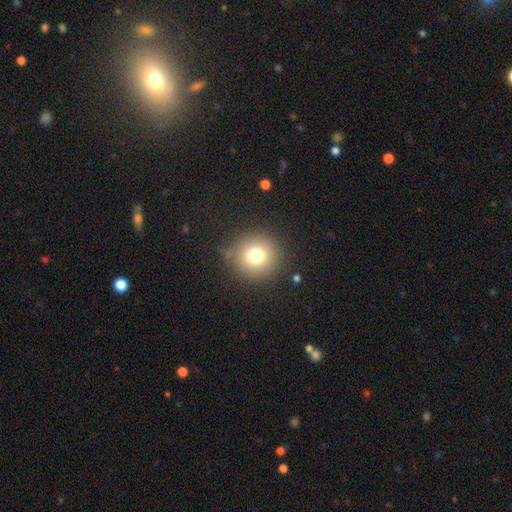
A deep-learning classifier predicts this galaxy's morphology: smooth-or-featured: smooth: 76% | star or artifact: 14% | featured or disk: 11%
  how-rounded: round: 93% | in between: 6% | cigar-shaped: 1%
  merging: none: 86% | minor disturbance: 8% | major disturbance: 4% | merger: 2%